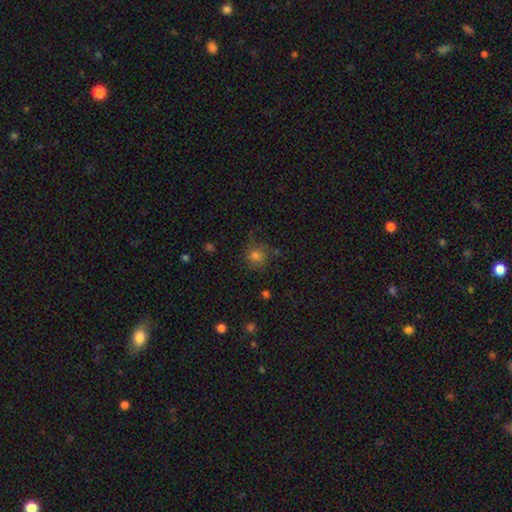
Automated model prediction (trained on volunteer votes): Q: Smooth or featured?
A: smooth (75%); runner-up: star or artifact (15%)
Q: How rounded?
A: round (88%); runner-up: in between (11%)
Q: Merging?
A: none (71%); runner-up: minor disturbance (18%)